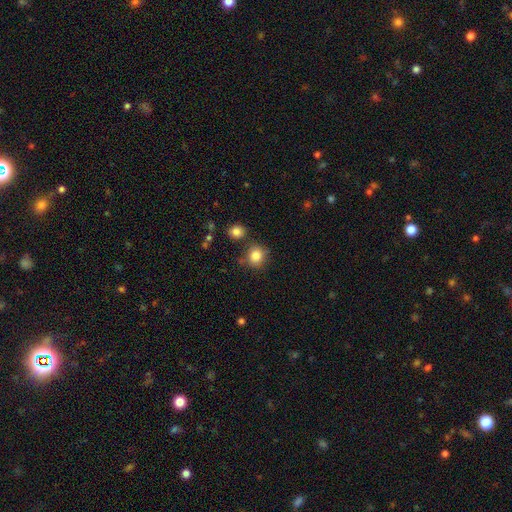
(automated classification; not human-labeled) Overall: smooth (84%). How rounded: round (82%). Merging: none (76%).